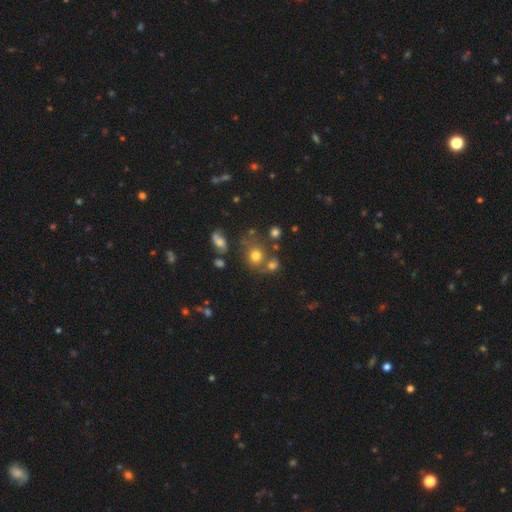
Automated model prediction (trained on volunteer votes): Smooth or featured? Predicted: smooth (p=0.69). How rounded? Predicted: round (p=0.76). Merging? Predicted: none (p=0.57).